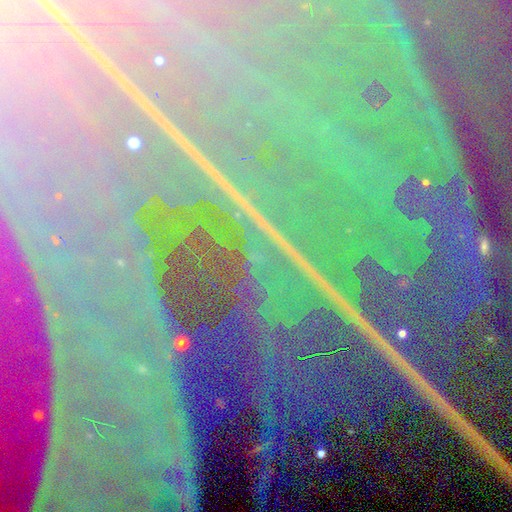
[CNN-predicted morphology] A star or artifact, not a galaxy (88%).

Vote fractions:
- Smooth or featured? star or artifact: 88% / featured or disk: 7% / smooth: 4%